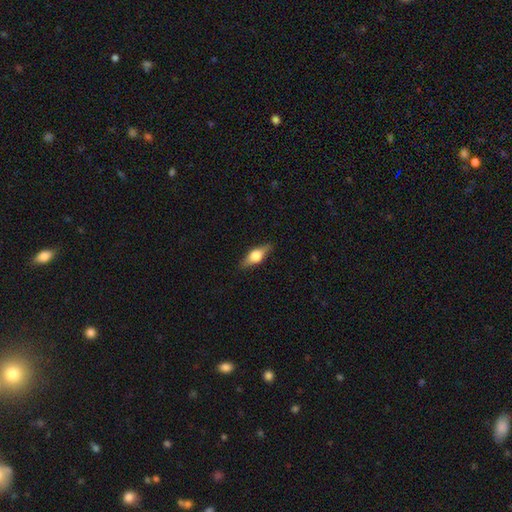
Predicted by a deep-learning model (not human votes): smooth-or-featured: featured or disk: 51% | smooth: 43% | star or artifact: 7%
  disk-edge-on: yes: 93% | no: 7%
  merging: none: 87% | minor disturbance: 10% | major disturbance: 2% | merger: 1%